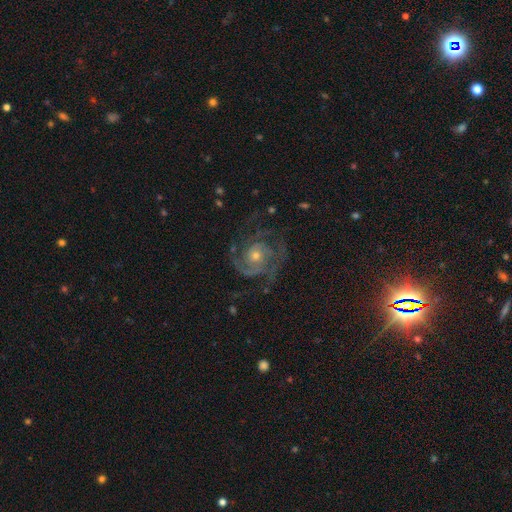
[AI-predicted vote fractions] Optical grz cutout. It shows a featured or disk galaxy (88%) with no bar (76%), 2 (45%) tight (50%) spiral arms (97%) and a small central bulge (48%). Merging: none (67%).